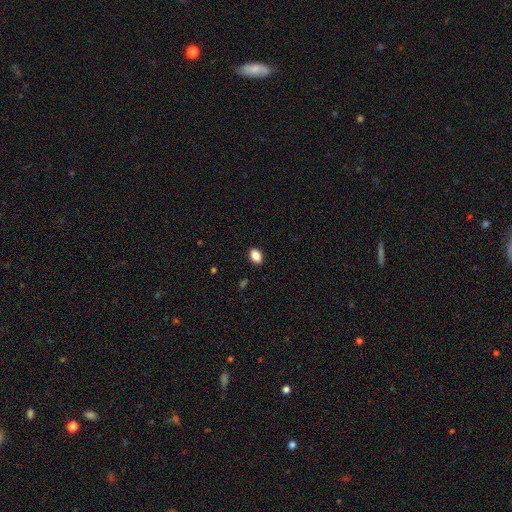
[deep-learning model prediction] A smooth galaxy with no disk features (87%) that is in between round and cigar-shaped (85%). Merging: none (89%).